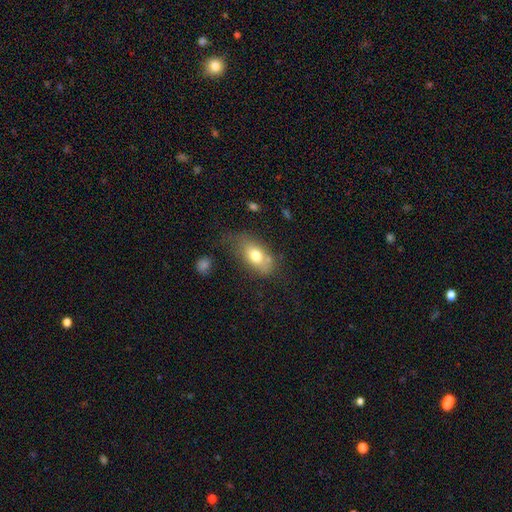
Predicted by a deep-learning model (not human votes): Smooth or featured? Predicted: smooth (p=0.72). How rounded? Predicted: in between (p=0.86). Merging? Predicted: none (p=0.53).